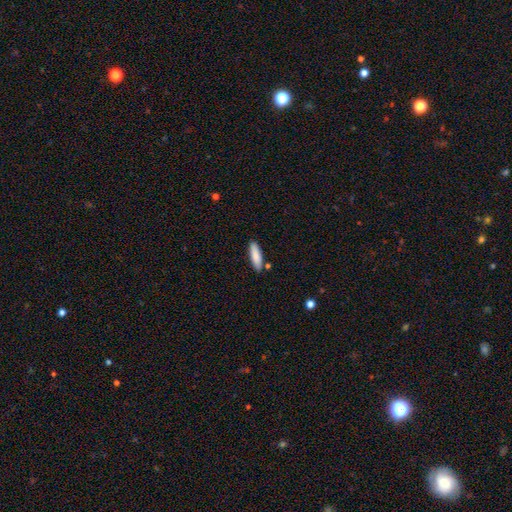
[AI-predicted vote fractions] A smooth galaxy with no disk features (85%) that is cigar-shaped (62%).

Vote fractions:
- Smooth or featured? smooth: 85% / featured or disk: 9% / star or artifact: 6%
- How rounded? cigar-shaped: 62% / in between: 37% / round: 1%
- Merging? none: 83% / minor disturbance: 11% / merger: 4% / major disturbance: 2%